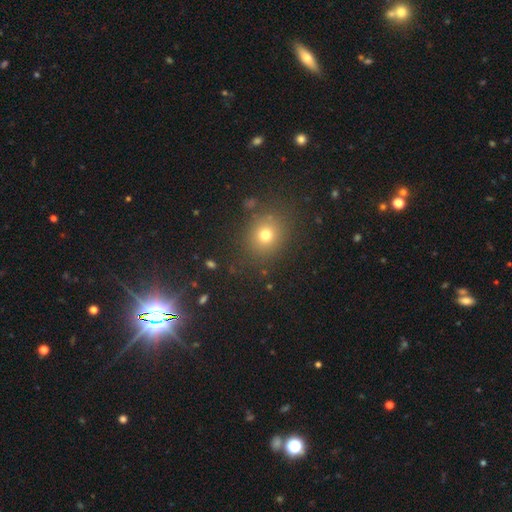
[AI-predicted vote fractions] smooth-or-featured: star or artifact: 46% | smooth: 45% | featured or disk: 9%